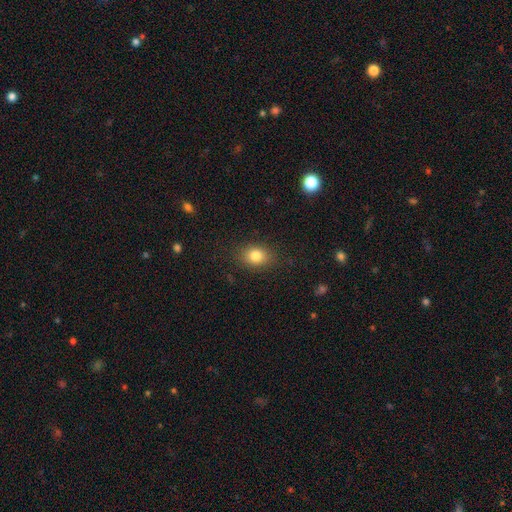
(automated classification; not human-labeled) This is clearly a smooth galaxy (82%). How rounded: possibly in between (60%). Merging: clearly none (85%).